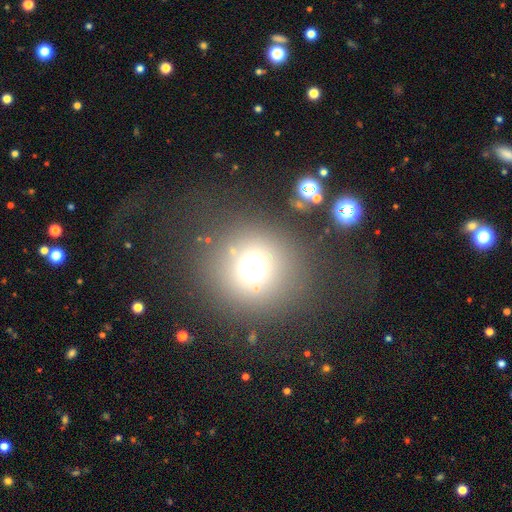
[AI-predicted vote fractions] This is possibly a smooth galaxy (57%). How rounded: clearly round (86%). Merging: likely none (69%).